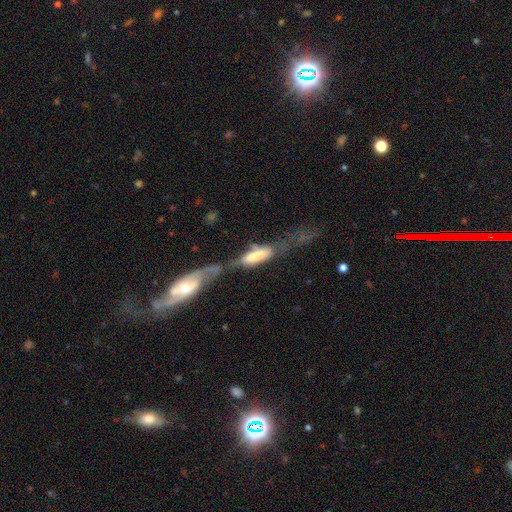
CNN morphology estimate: Smooth or featured?
  - smooth: 55% *
  - featured or disk: 38%
  - star or artifact: 7%
How rounded?
  - in between: 50% *
  - cigar-shaped: 48%
  - round: 2%
Merging?
  - merger: 53% *
  - major disturbance: 25%
  - none: 12%
  - minor disturbance: 10%